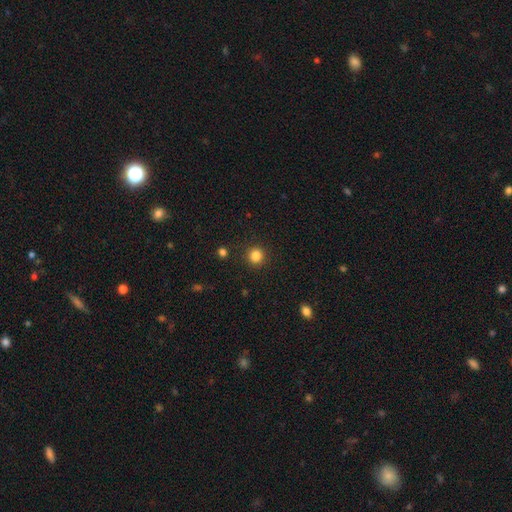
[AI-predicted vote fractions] Overall: smooth (84%). How rounded: round (94%). Merging: none (91%).